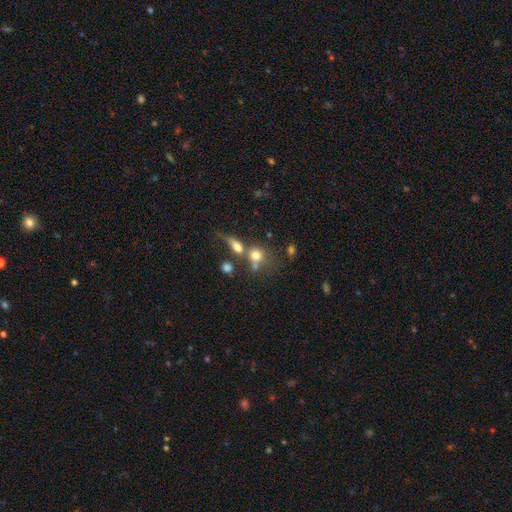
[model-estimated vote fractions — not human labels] This appears to be a smooth galaxy with no disk features (69%) that is round (74%). Merging: merger (45%).